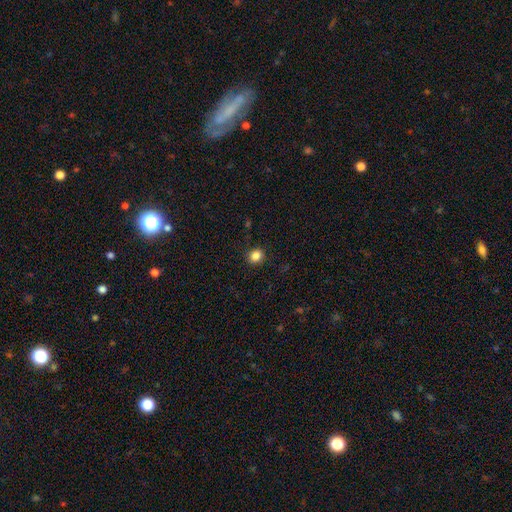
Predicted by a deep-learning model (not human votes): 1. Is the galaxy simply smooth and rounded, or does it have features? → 85% smooth, 11% star or artifact, 4% featured or disk.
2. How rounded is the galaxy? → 77% round, 22% in between, 1% cigar-shaped.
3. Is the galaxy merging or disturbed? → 90% none, 7% minor disturbance, 2% major disturbance, 1% merger.